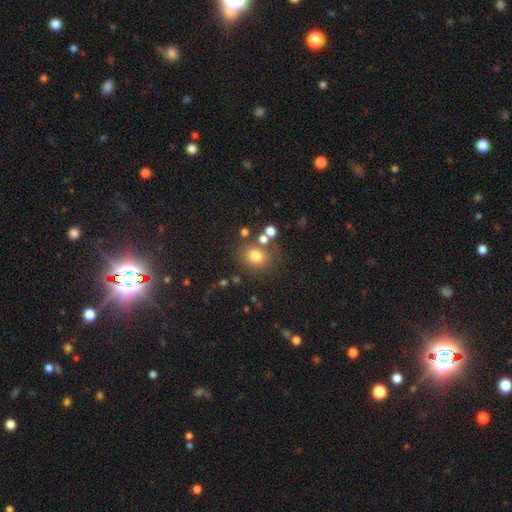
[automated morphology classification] The model was most divided on "how rounded": round: 74%, in between: 25%, cigar-shaped: 1%. More confident: smooth or featured — smooth (76%); merging — none (71%).